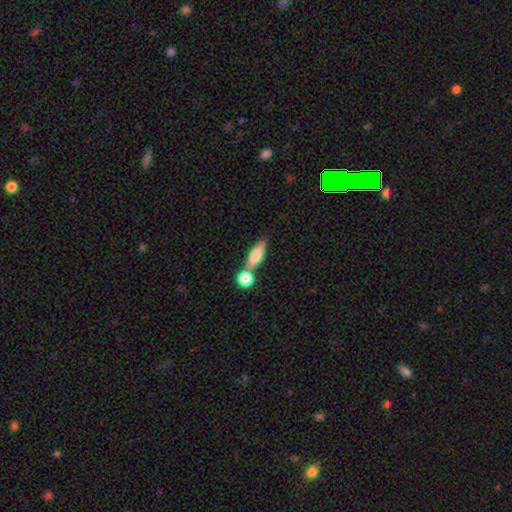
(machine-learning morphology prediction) Q: Smooth or featured?
A: smooth (72%); runner-up: featured or disk (21%)
Q: How rounded?
A: in between (53%); runner-up: cigar-shaped (39%)
Q: Merging?
A: none (49%); runner-up: merger (37%)